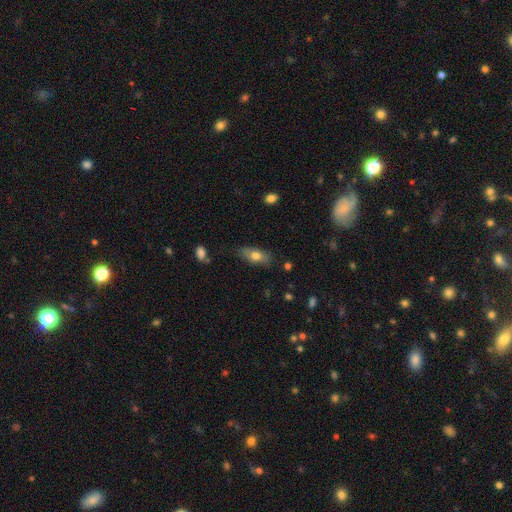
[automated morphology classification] A smooth galaxy with no disk features (70%) that is in between round and cigar-shaped (82%).

Vote fractions:
- Smooth or featured? smooth: 70% / featured or disk: 22% / star or artifact: 7%
- How rounded? in between: 82% / cigar-shaped: 13% / round: 5%
- Merging? none: 77% / minor disturbance: 18% / major disturbance: 3% / merger: 2%